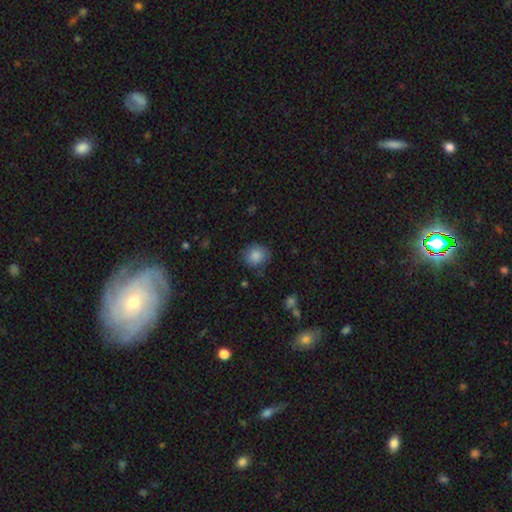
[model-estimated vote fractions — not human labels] Q: Smooth or featured?
A: smooth (85%); runner-up: star or artifact (8%)
Q: How rounded?
A: round (82%); runner-up: in between (17%)
Q: Merging?
A: none (78%); runner-up: minor disturbance (17%)